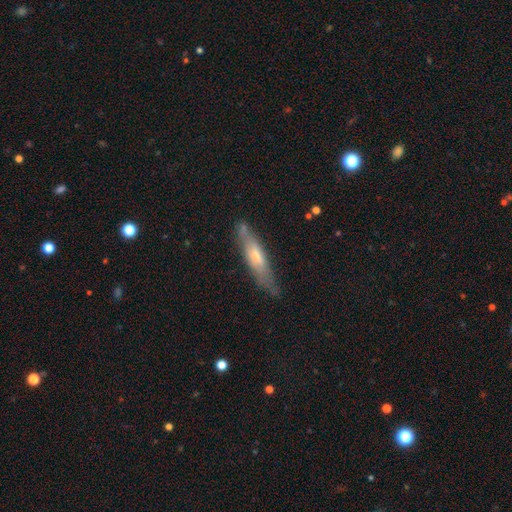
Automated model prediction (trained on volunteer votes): This appears to be a featured or disk galaxy (52%) viewed edge-on (66%). Merging: none (74%).